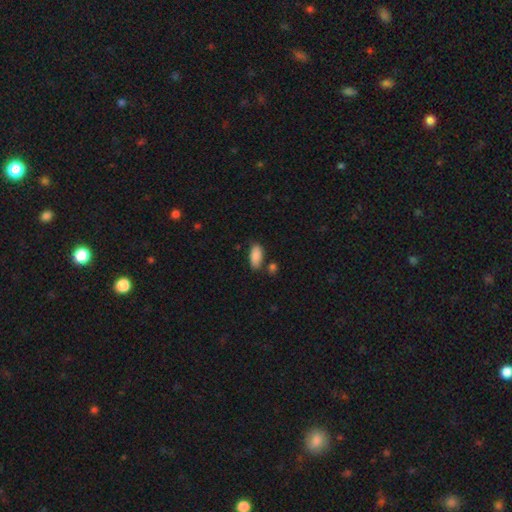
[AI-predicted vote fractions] Morphology: type=smooth (88%); roundness=in between (89%); merging=none (73%).